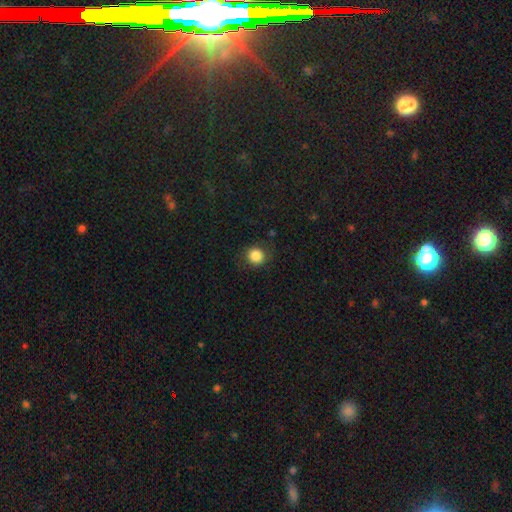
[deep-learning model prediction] The model was most divided on "merging": none: 84%, minor disturbance: 11%, major disturbance: 4%, merger: 1%. More confident: how rounded — round (90%); smooth or featured — smooth (86%).